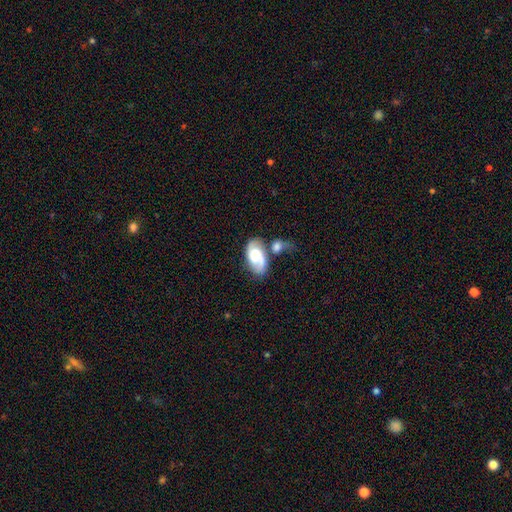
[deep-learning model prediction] smooth_or_featured: featured or disk (p=0.59) [alt: smooth p=0.34]
disk_edge_on: no (p=0.95) [alt: yes p=0.05]
bar: no (p=0.53) [alt: weak p=0.37]
has_spiral_arms: yes (p=0.87) [alt: no p=0.13]
bulge_size: moderate (p=0.46) [alt: large p=0.27]
merging: merger (p=0.37) [alt: none p=0.35]